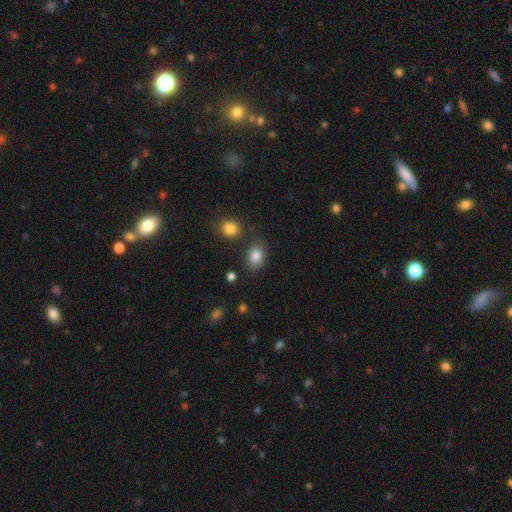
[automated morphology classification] type=smooth (85%); roundness=in between (76%); merging=none (74%).